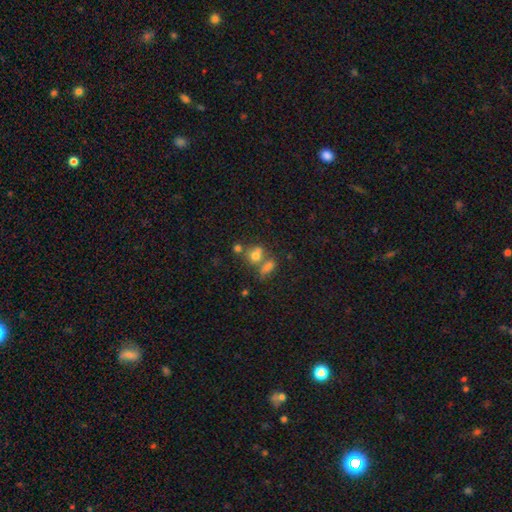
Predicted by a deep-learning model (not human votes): Overall: smooth (69%). How rounded: round (56%; in between 40%). Merging: merger (42%; none 40%).